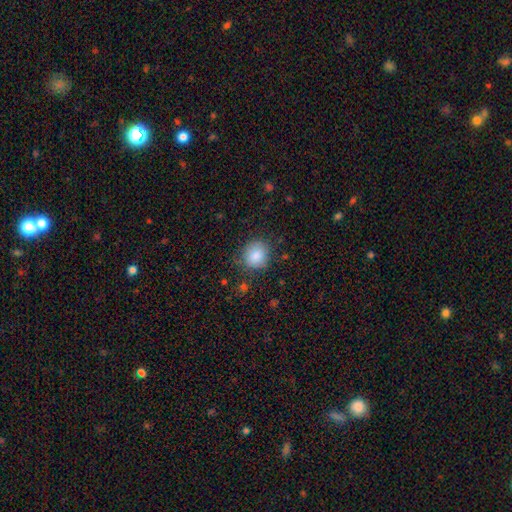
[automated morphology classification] Smooth or featured?
  - smooth: 85% *
  - star or artifact: 9%
  - featured or disk: 6%
How rounded?
  - round: 82% *
  - in between: 18%
  - cigar-shaped: 1%
Merging?
  - none: 80% *
  - minor disturbance: 14%
  - major disturbance: 4%
  - merger: 2%